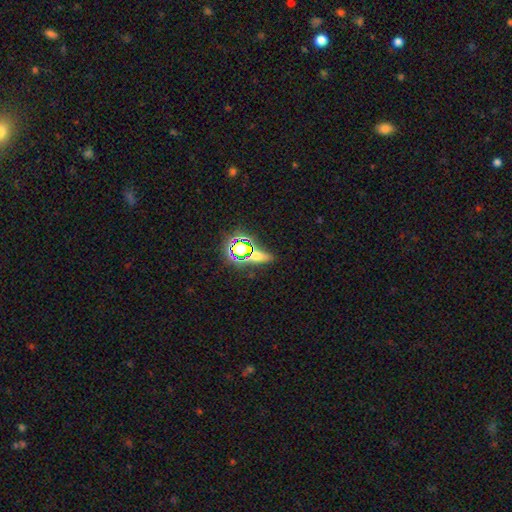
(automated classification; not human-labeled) Overall: star or artifact (44%; smooth 43%).